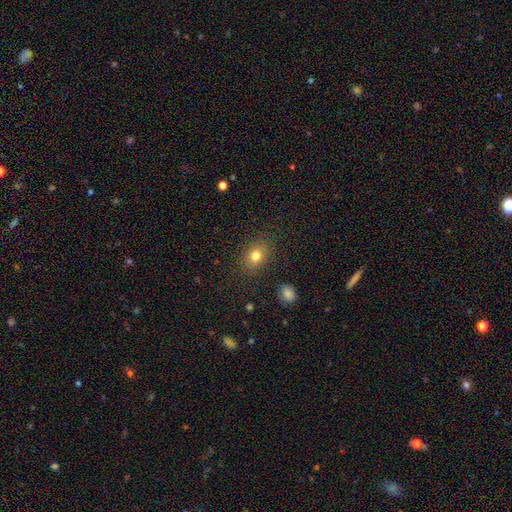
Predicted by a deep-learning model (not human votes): Smooth or featured?
  - smooth: 79% *
  - star or artifact: 12%
  - featured or disk: 9%
How rounded?
  - in between: 63% *
  - round: 35%
  - cigar-shaped: 1%
Merging?
  - none: 85% *
  - minor disturbance: 10%
  - major disturbance: 3%
  - merger: 1%